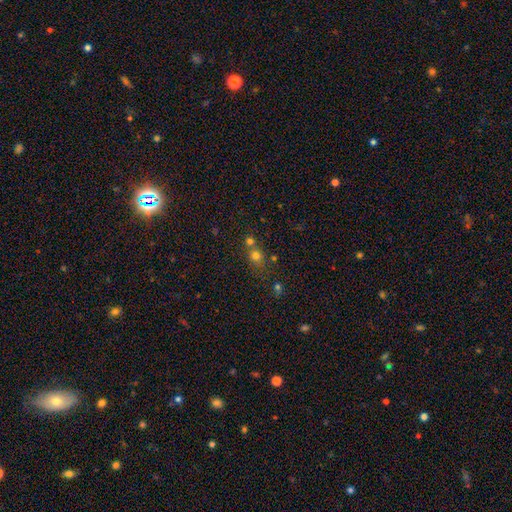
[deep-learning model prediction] A smooth galaxy with no disk features (71%) that is round (82%). Merging: none (50%).